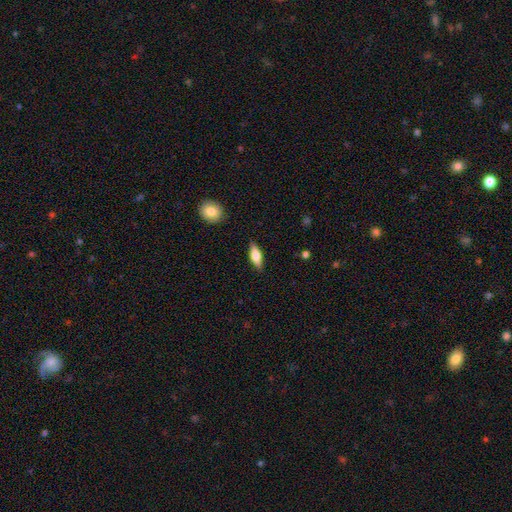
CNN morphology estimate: Smooth or featured: smooth — 58% (featured or disk — 36%)
How rounded: in between — 59% (cigar-shaped — 37%)
Merging: none — 87% (minor disturbance — 10%)